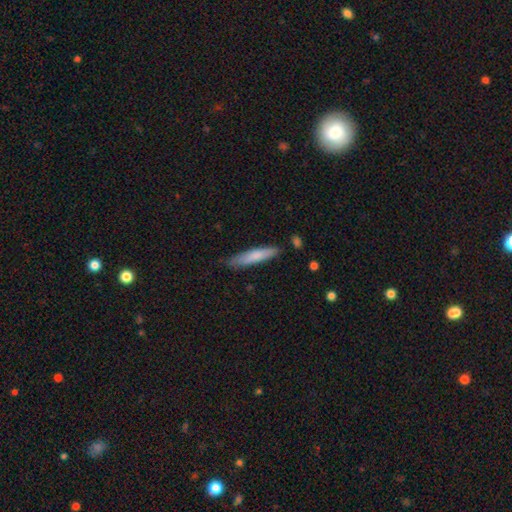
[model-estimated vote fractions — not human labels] Smooth or featured?
  - smooth: 75% *
  - featured or disk: 20%
  - star or artifact: 5%
How rounded?
  - cigar-shaped: 87% *
  - in between: 12%
  - round: 1%
Merging?
  - none: 78% *
  - minor disturbance: 17%
  - major disturbance: 3%
  - merger: 2%